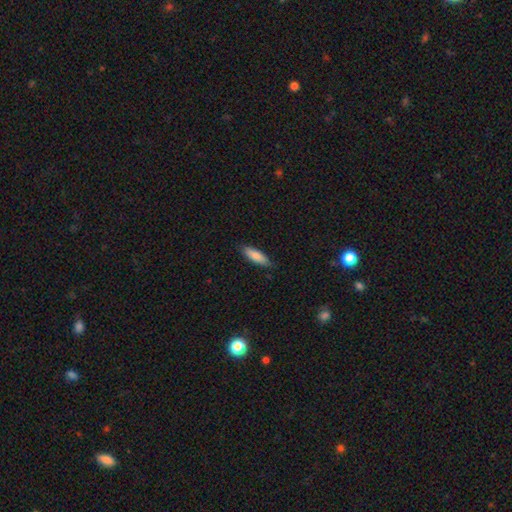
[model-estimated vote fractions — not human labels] A smooth galaxy with no disk features (83%) that is cigar-shaped (58%). Merging: none (85%).